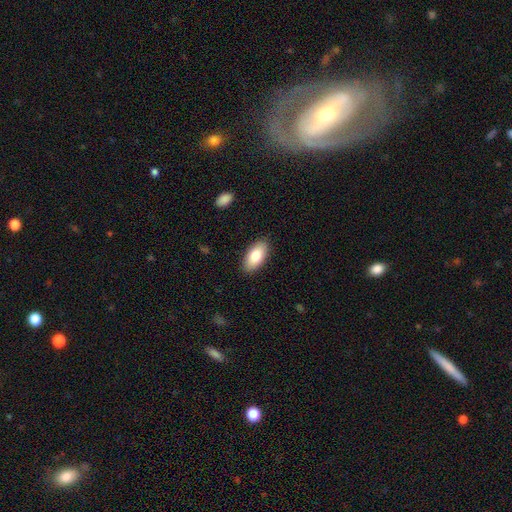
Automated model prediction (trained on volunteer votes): smooth_or_featured: smooth (p=0.80) [alt: featured or disk p=0.13]
how_rounded: in between (p=0.91) [alt: cigar-shaped p=0.06]
merging: none (p=0.88) [alt: minor disturbance p=0.09]